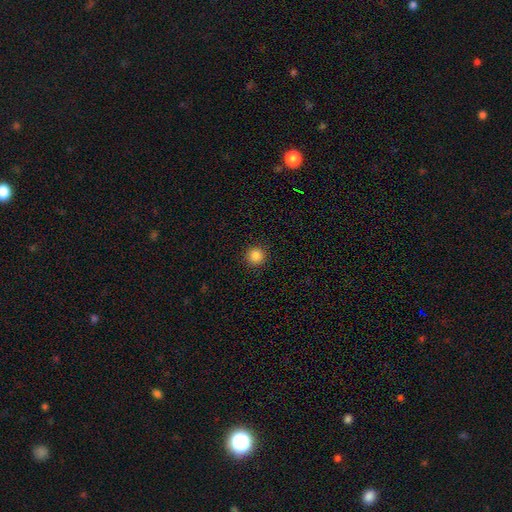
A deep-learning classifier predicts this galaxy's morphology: Q: Smooth or featured?
A: smooth (86%); runner-up: star or artifact (11%)
Q: How rounded?
A: round (95%); runner-up: in between (4%)
Q: Merging?
A: none (92%); runner-up: minor disturbance (5%)